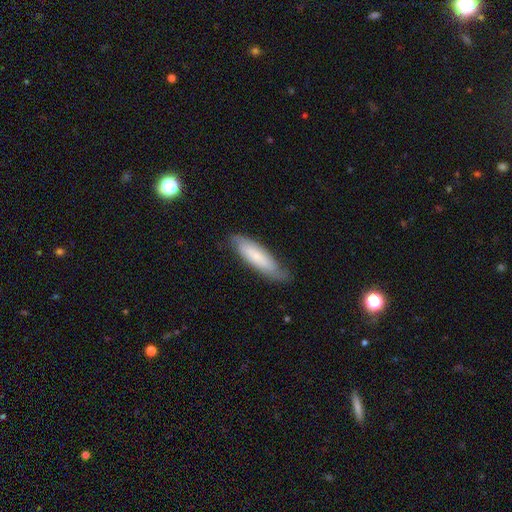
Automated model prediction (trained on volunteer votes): A smooth galaxy with no disk features (62%) that is cigar-shaped (66%). Merging: none (75%).